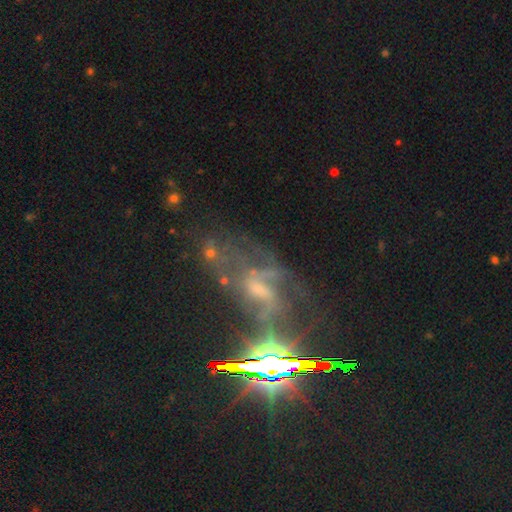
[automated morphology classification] smooth-or-featured: featured or disk: 45% | star or artifact: 44% | smooth: 12%
  merging: none: 42% | major disturbance: 28% | minor disturbance: 16% | merger: 14%